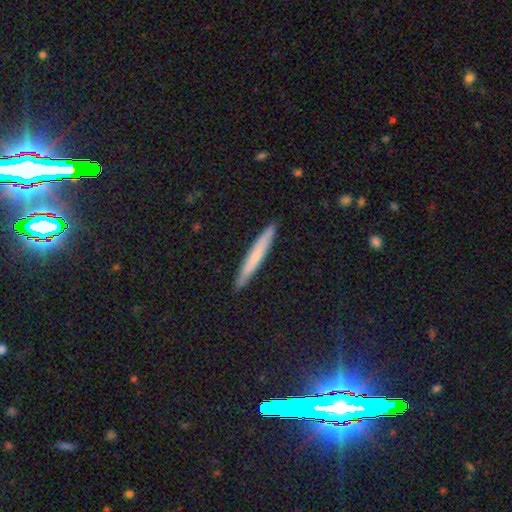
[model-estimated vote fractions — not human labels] Smooth or featured? Predicted: smooth (p=0.65). How rounded? Predicted: cigar-shaped (p=0.96). Merging? Predicted: none (p=0.91).